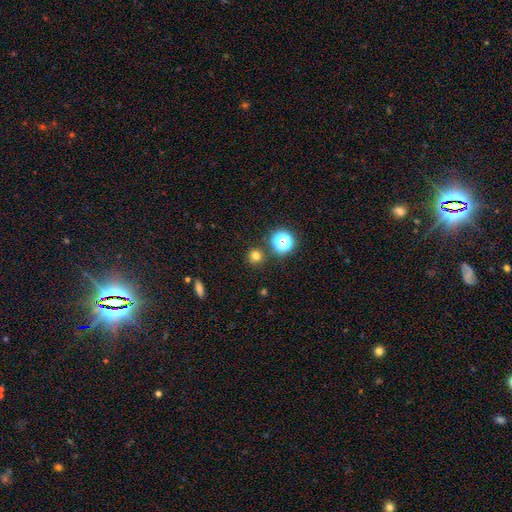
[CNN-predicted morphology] type=smooth (73%); roundness=round (92%); merging=none (87%).